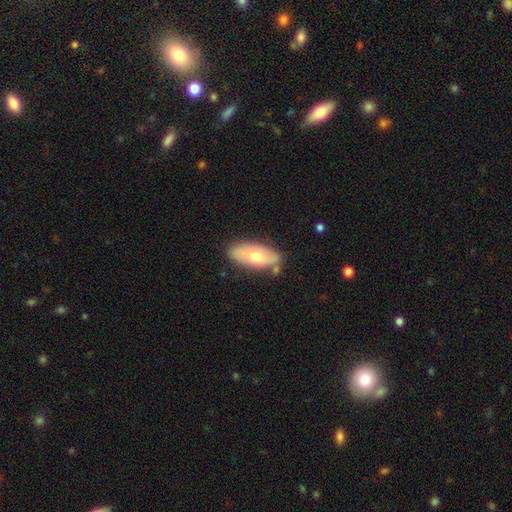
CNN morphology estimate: Q: Smooth or featured?
A: smooth (61%); runner-up: featured or disk (33%)
Q: How rounded?
A: in between (85%); runner-up: cigar-shaped (12%)
Q: Merging?
A: none (76%); runner-up: minor disturbance (16%)